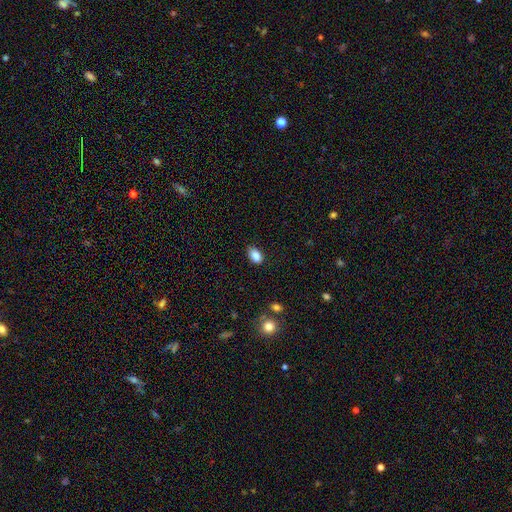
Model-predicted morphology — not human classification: This is clearly a smooth galaxy (87%). How rounded: clearly in between (87%). Merging: likely none (79%).